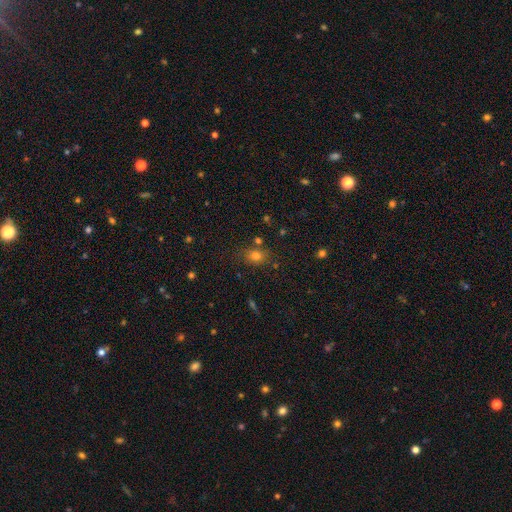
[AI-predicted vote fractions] Overall: smooth (75%). How rounded: in between (57%; round 41%). Merging: none (72%).